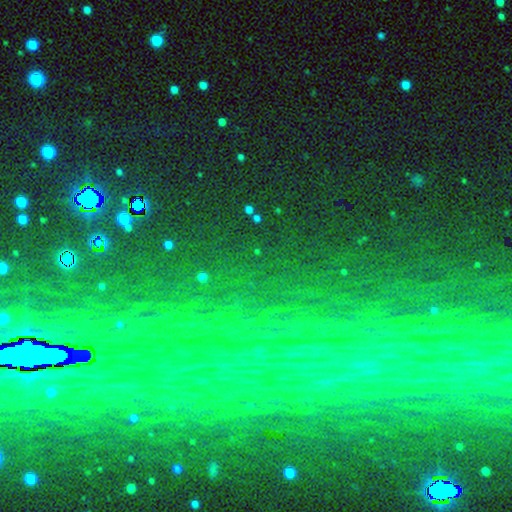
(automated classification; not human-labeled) Smooth or featured? Predicted: star or artifact (p=0.83).